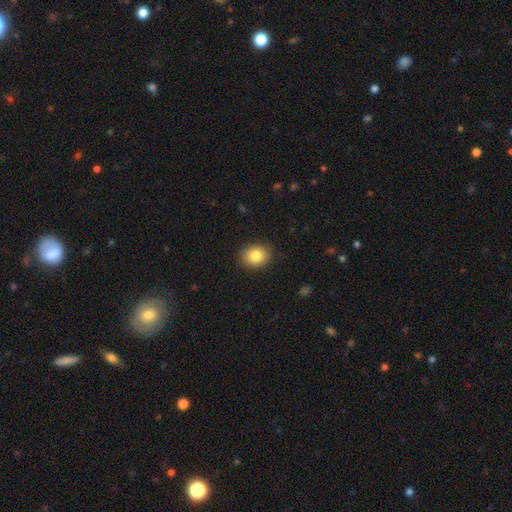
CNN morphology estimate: smooth_or_featured: smooth (p=0.85) [alt: star or artifact p=0.09]
how_rounded: round (p=0.56) [alt: in between p=0.43]
merging: none (p=0.88) [alt: minor disturbance p=0.09]